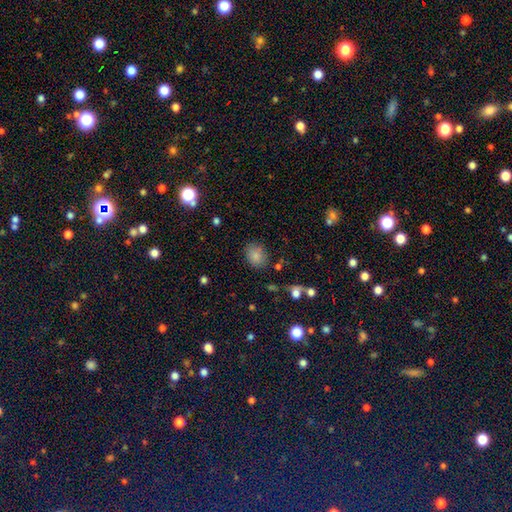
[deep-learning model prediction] This appears to be a smooth galaxy with no disk features (83%) that is in between round and cigar-shaped (56%). Merging: none (79%).